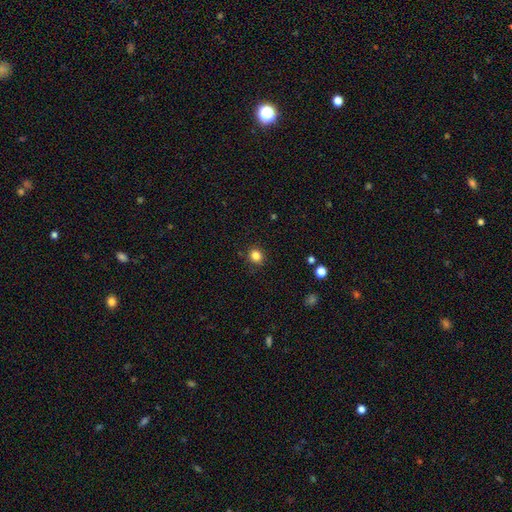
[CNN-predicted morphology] A smooth galaxy with no disk features (84%) that is round (80%). Merging: none (88%).